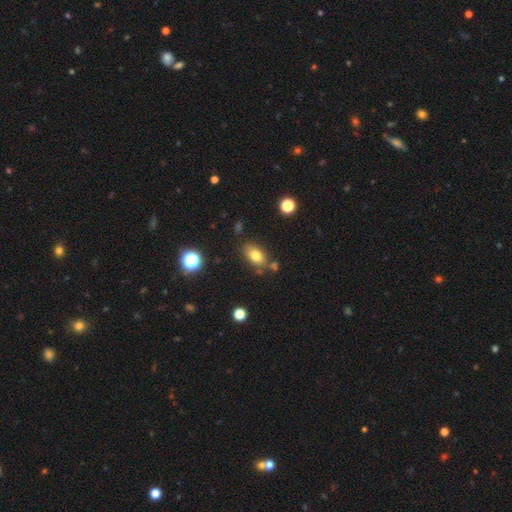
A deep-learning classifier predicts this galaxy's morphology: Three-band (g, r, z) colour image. It shows a smooth galaxy with no disk features (77%) that is in between round and cigar-shaped (85%). Merging: none (72%).